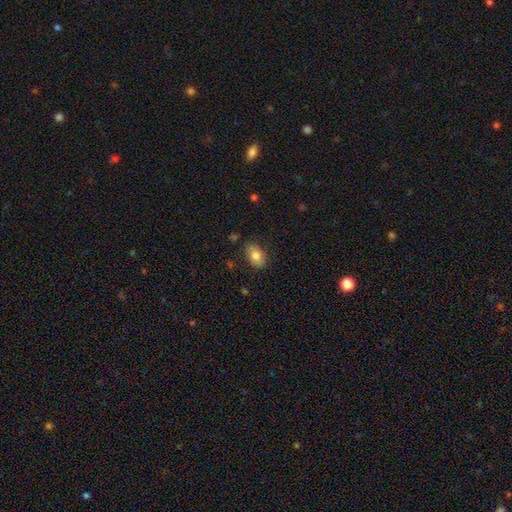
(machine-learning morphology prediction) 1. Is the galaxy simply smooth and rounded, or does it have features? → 81% smooth, 12% featured or disk, 8% star or artifact.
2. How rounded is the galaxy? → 88% in between, 10% round, 2% cigar-shaped.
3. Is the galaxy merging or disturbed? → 83% none, 12% minor disturbance, 3% major disturbance, 2% merger.